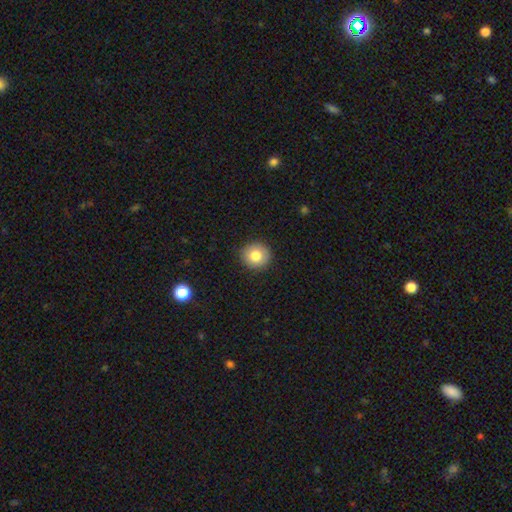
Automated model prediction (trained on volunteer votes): Smooth or featured: smooth — 80% (featured or disk — 11%)
How rounded: round — 91% (in between — 8%)
Merging: none — 90% (minor disturbance — 7%)